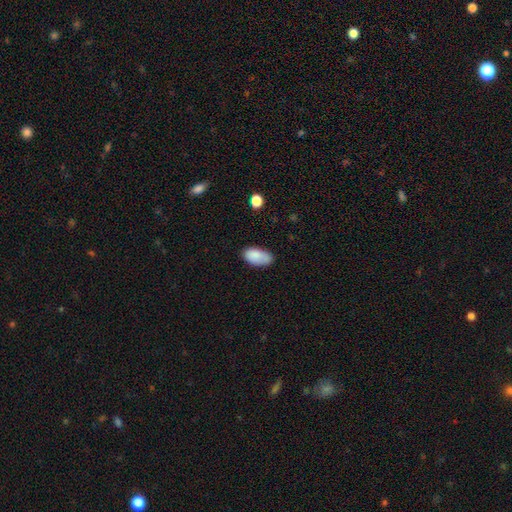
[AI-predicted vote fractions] smooth_or_featured: smooth (p=0.86) [alt: star or artifact p=0.08]
how_rounded: in between (p=0.94) [alt: round p=0.03]
merging: none (p=0.69) [alt: minor disturbance p=0.24]